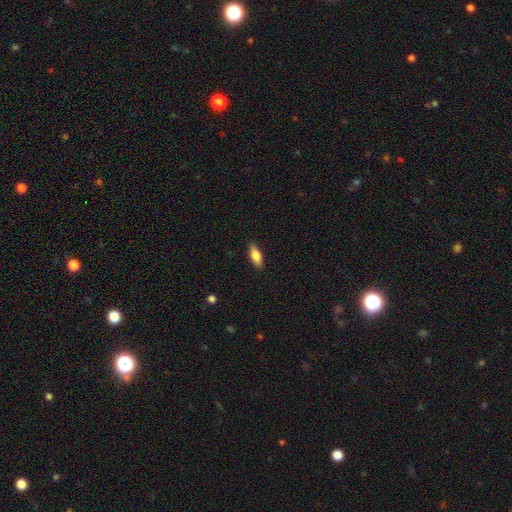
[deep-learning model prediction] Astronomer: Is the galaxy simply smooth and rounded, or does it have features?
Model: smooth — 76%.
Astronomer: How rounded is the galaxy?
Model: in between — 74%.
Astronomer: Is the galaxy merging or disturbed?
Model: none — 89%.